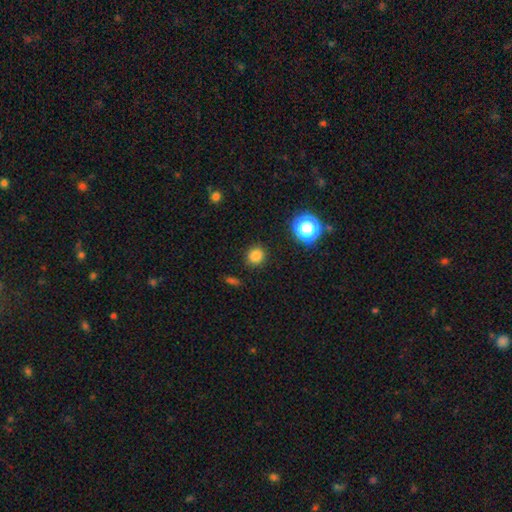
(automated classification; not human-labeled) smooth-or-featured: smooth: 81% | star or artifact: 15% | featured or disk: 4%
  how-rounded: round: 89% | in between: 10% | cigar-shaped: 1%
  merging: none: 89% | minor disturbance: 7% | major disturbance: 2% | merger: 2%